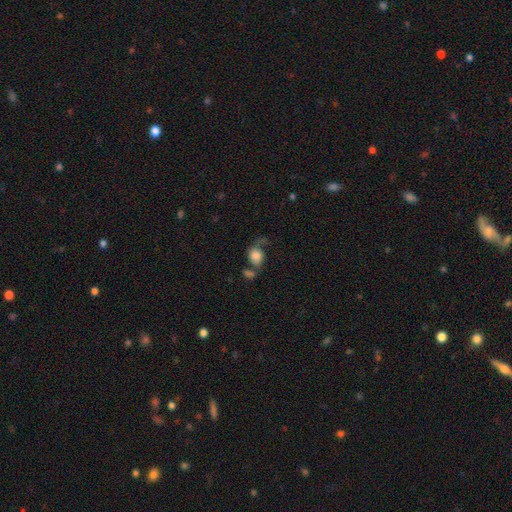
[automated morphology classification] This appears to be a smooth galaxy with no disk features (67%) that is round (59%). Merging: none (31%).